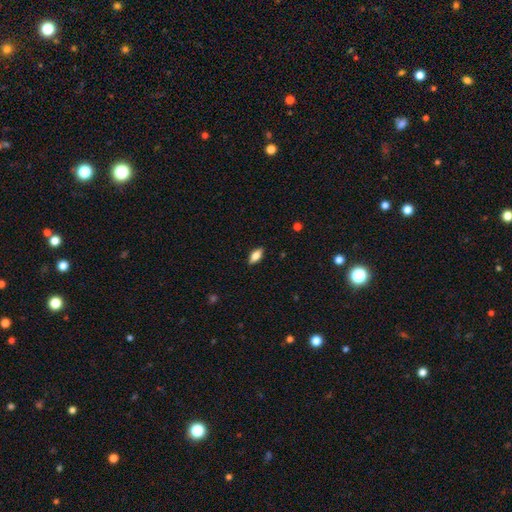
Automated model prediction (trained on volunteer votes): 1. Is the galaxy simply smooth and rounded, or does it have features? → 75% smooth, 18% featured or disk, 7% star or artifact.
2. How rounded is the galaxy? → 85% in between, 12% cigar-shaped, 3% round.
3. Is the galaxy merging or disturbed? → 88% none, 9% minor disturbance, 2% major disturbance, 1% merger.